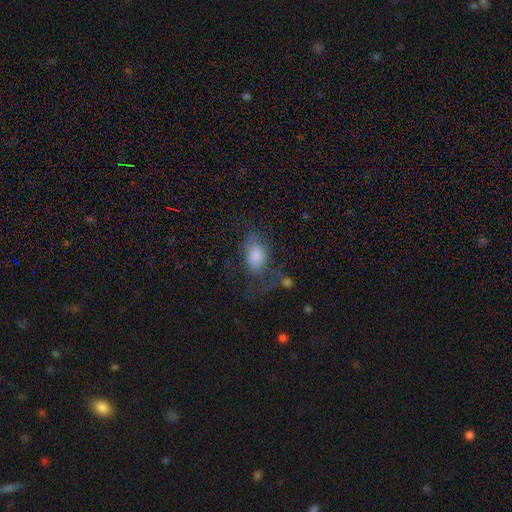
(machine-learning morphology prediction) smooth 65%, featured or disk 24%, star or artifact 11%. Down the decision tree: how rounded — in between (85%); merging — none (38%).